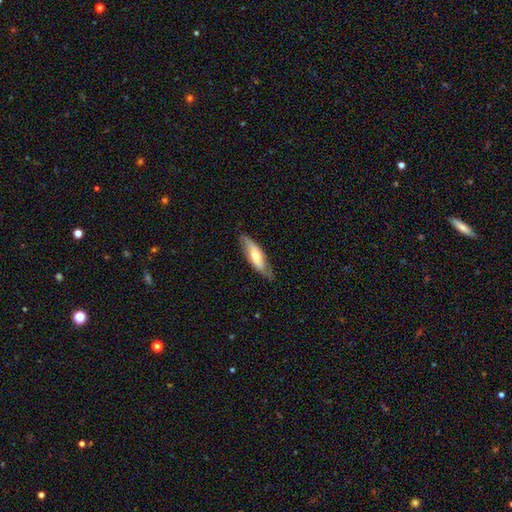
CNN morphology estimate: smooth-or-featured: featured or disk: 47% (tied) | smooth: 47% (tied) | star or artifact: 5%
  merging: none: 76% | minor disturbance: 19% | major disturbance: 4% | merger: 1%